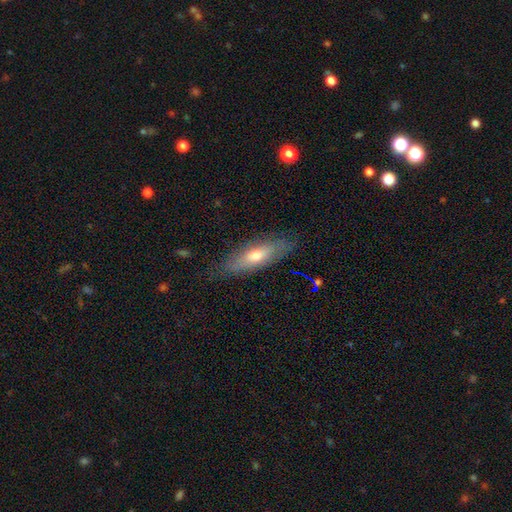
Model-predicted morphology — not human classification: A smooth galaxy with no disk features (57%) that is cigar-shaped (50%).

Vote fractions:
- Smooth or featured? smooth: 57% / featured or disk: 36% / star or artifact: 7%
- How rounded? cigar-shaped: 50% / in between: 48% / round: 2%
- Merging? none: 80% / minor disturbance: 15% / major disturbance: 4% / merger: 1%